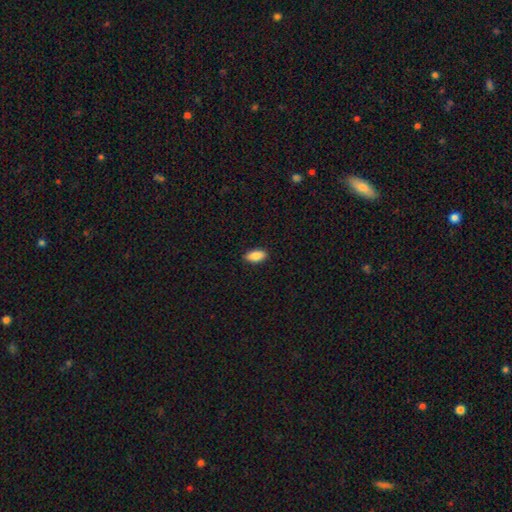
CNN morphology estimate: This is clearly a smooth galaxy (89%). How rounded: clearly in between (91%). Merging: clearly none (88%).